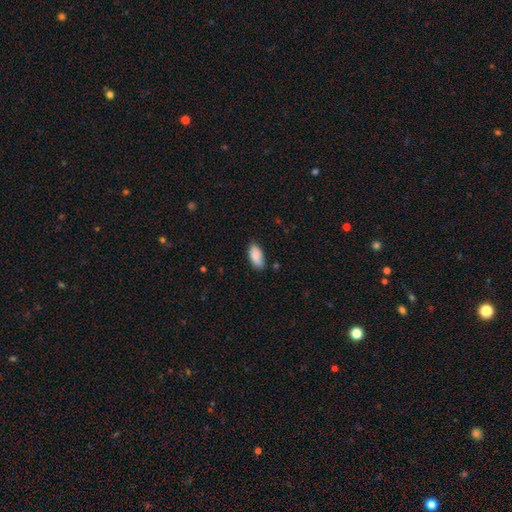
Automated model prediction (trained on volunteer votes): Morphology: type=smooth (88%); roundness=in between (90%); merging=none (76%).